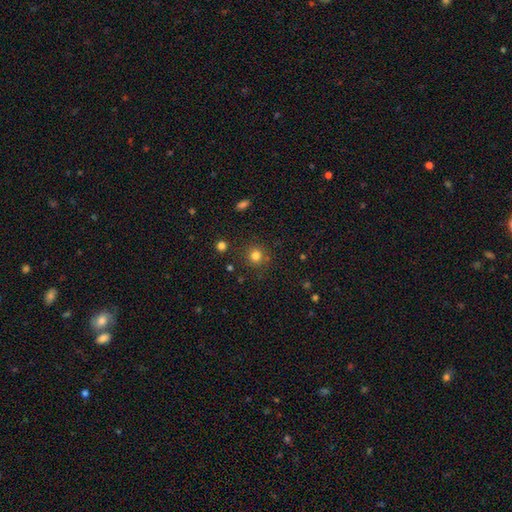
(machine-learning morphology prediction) This is clearly a smooth galaxy (81%). How rounded: clearly round (91%). Merging: clearly none (87%).